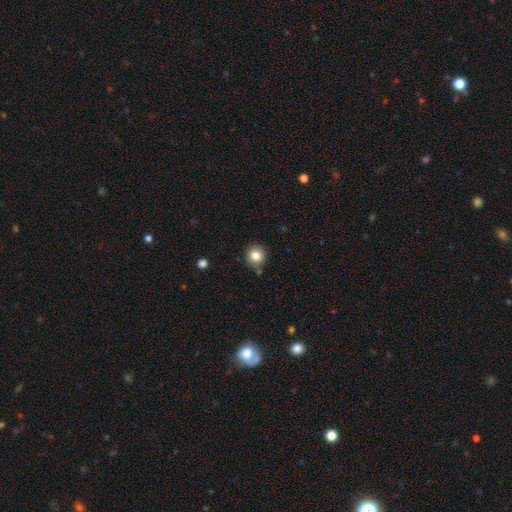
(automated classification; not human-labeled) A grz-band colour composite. It shows a smooth galaxy with no disk features (83%) that is round (91%). Merging: none (83%).